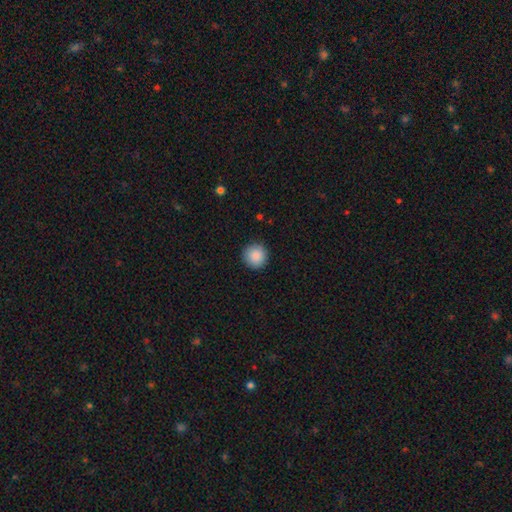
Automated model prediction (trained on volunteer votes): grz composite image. It shows a smooth galaxy with no disk features (89%) that is round (95%). Merging: none (92%).